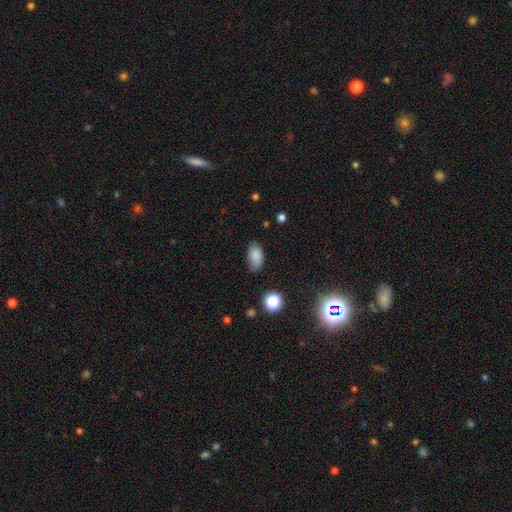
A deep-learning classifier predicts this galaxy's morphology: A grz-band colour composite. It shows a smooth galaxy with no disk features (84%) that is in between round and cigar-shaped (91%). Merging: none (69%).